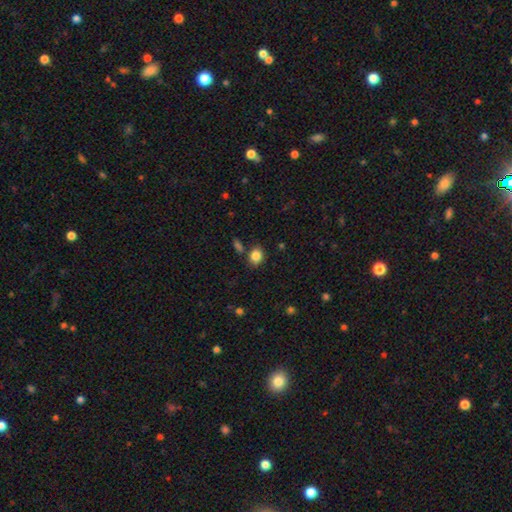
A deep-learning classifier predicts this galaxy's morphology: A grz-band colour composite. It shows a smooth galaxy with no disk features (85%) that is round (57%). Merging: none (76%).